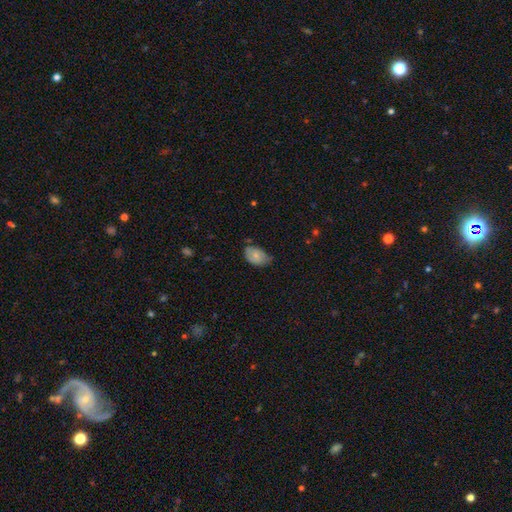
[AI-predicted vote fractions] This appears to be a smooth galaxy with no disk features (69%) that is in between round and cigar-shaped (87%). Merging: none (46%).